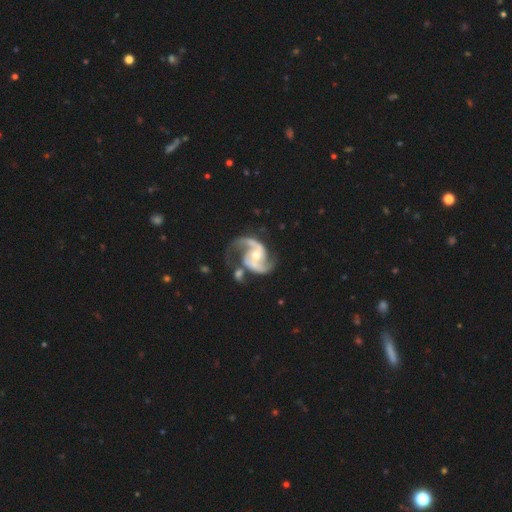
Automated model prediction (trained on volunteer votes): Q: Smooth or featured?
A: featured or disk (93%); runner-up: star or artifact (4%)
Q: Edge-on disk?
A: no (98%); runner-up: yes (2%)
Q: Bar?
A: no (49%); runner-up: weak (36%)
Q: Spiral arms?
A: yes (98%); runner-up: no (2%)
Q: Spiral winding?
A: medium (58%); runner-up: loose (28%)
Q: Spiral arm count?
A: 2 (88%); runner-up: 3 (5%)
Q: Bulge size?
A: moderate (62%); runner-up: small (32%)
Q: Merging?
A: none (54%); runner-up: minor disturbance (19%)